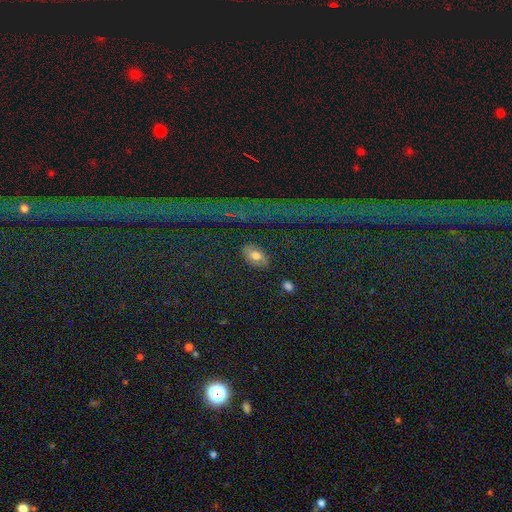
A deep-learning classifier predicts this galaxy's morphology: smooth-or-featured: smooth: 70% | featured or disk: 19% | star or artifact: 11%
  how-rounded: in between: 87% | round: 11% | cigar-shaped: 3%
  merging: none: 82% | minor disturbance: 11% | major disturbance: 4% | merger: 2%